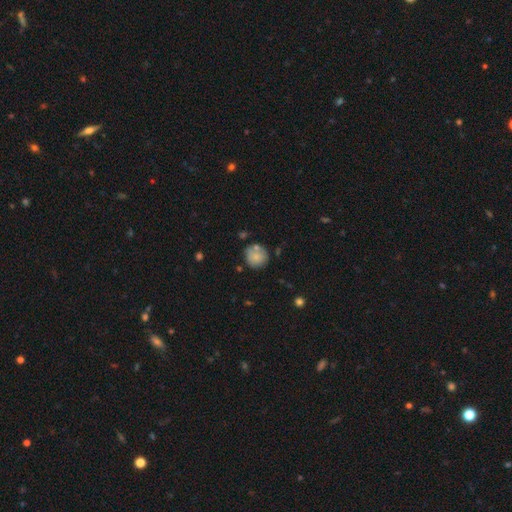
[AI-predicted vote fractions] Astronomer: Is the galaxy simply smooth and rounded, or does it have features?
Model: smooth — 76%.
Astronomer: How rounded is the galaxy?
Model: round — 88%.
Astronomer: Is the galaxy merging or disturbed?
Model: none — 65%.